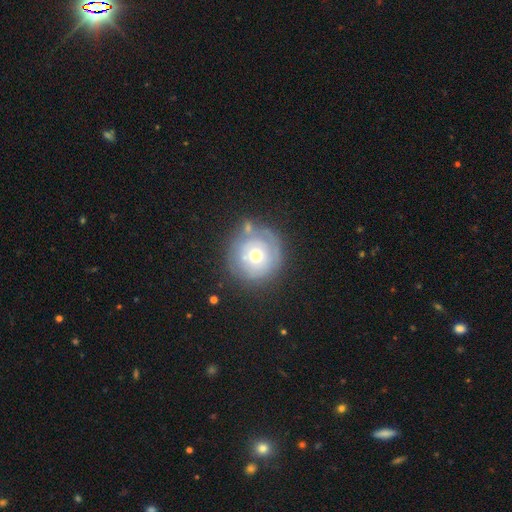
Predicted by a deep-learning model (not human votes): Q: Smooth or featured?
A: smooth (47%); runner-up: featured or disk (44%)
Q: Merging?
A: none (67%); runner-up: minor disturbance (17%)